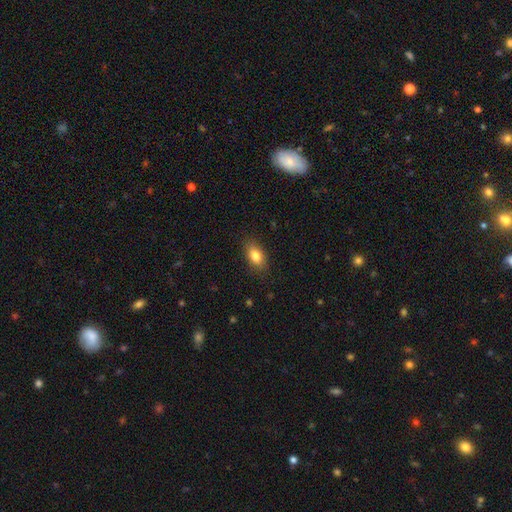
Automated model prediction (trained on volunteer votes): Smooth or featured? smooth (81%)
How rounded? in between (86%)
Merging? none (86%)